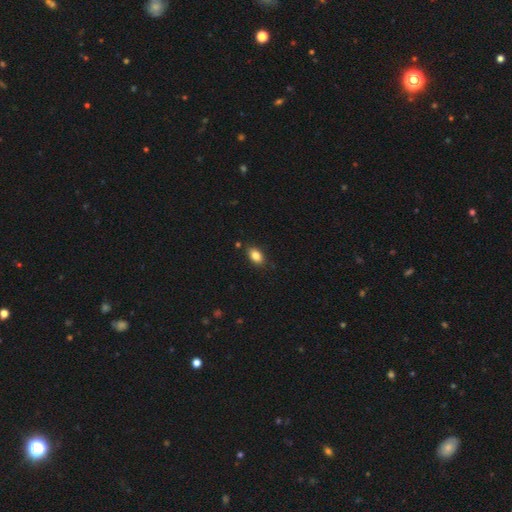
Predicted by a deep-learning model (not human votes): Smooth or featured: smooth — 85% (star or artifact — 9%)
How rounded: in between — 89% (round — 9%)
Merging: none — 86% (minor disturbance — 10%)